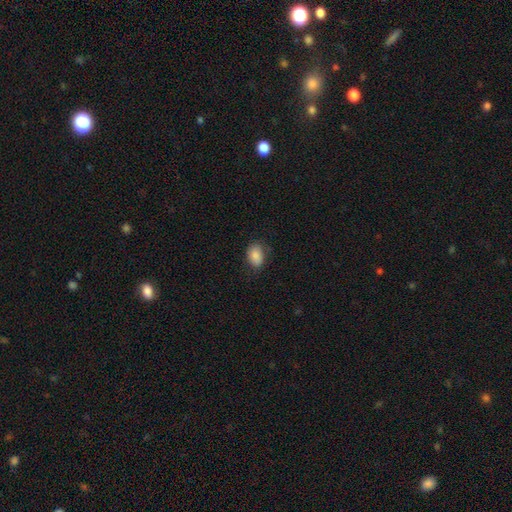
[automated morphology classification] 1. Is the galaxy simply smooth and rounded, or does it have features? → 87% smooth, 7% star or artifact, 5% featured or disk.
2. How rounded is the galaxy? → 82% in between, 17% round, 1% cigar-shaped.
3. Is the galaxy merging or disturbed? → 76% none, 19% minor disturbance, 4% major disturbance, 1% merger.